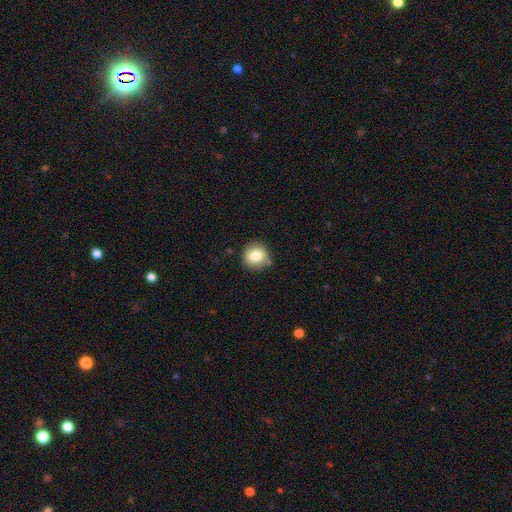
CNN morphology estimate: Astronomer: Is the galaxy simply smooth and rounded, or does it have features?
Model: smooth — 80%.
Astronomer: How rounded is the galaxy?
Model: round — 86%.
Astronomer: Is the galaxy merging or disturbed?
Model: none — 80%.